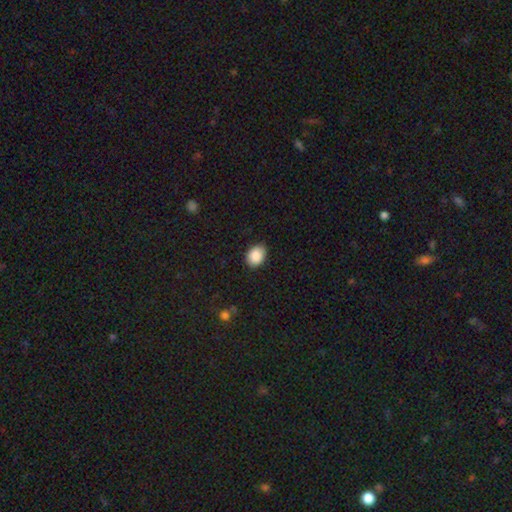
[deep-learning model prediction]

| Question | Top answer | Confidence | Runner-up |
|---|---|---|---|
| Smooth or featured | smooth | 88% | star or artifact (7%) |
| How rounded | in between | 71% | round (28%) |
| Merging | none | 84% | minor disturbance (13%) |